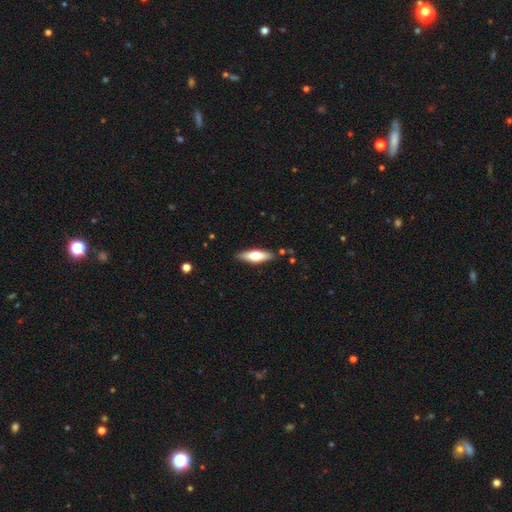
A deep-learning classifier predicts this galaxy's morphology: smooth-or-featured: smooth: 57% | featured or disk: 38% | star or artifact: 6%
  how-rounded: cigar-shaped: 53% | in between: 45% | round: 2%
  merging: none: 86% | minor disturbance: 10% | major disturbance: 2% | merger: 2%